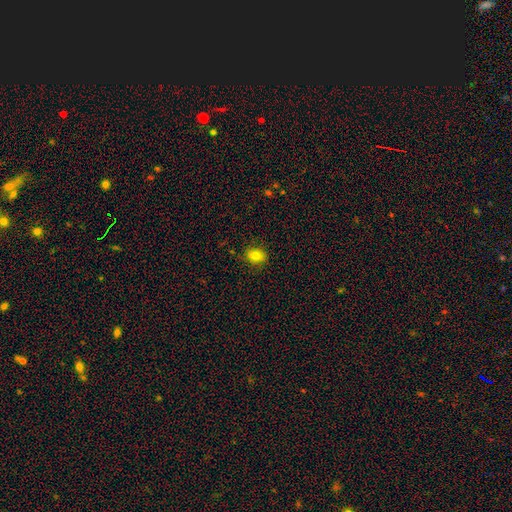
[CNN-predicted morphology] This is clearly a smooth galaxy (81%). How rounded: likely in between (60%). Merging: clearly none (86%).